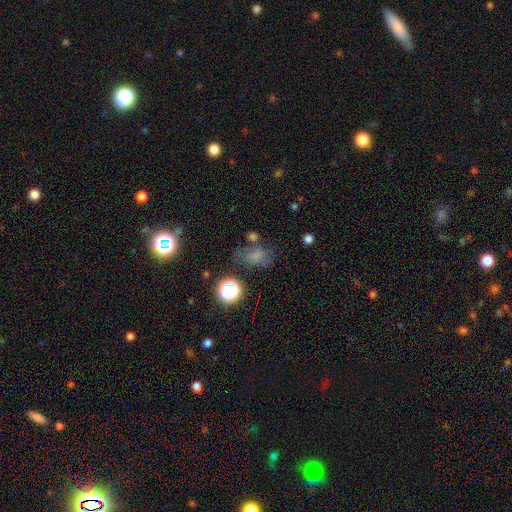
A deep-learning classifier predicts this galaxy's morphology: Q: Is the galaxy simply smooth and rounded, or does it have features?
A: smooth — 62%.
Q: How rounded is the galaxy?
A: in between — 73%.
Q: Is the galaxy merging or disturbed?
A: none — 55%.